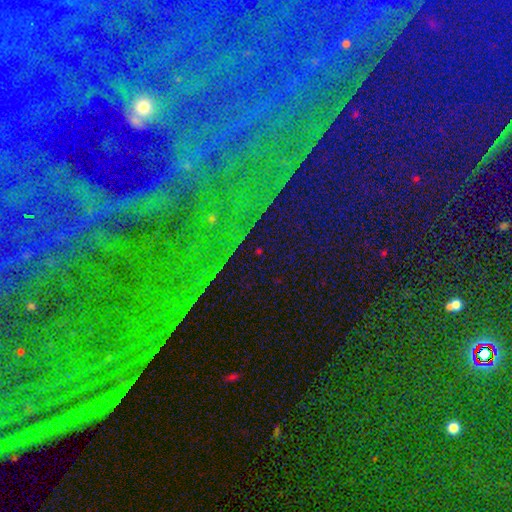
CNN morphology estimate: Smooth or featured: star or artifact — 81% (featured or disk — 11%)